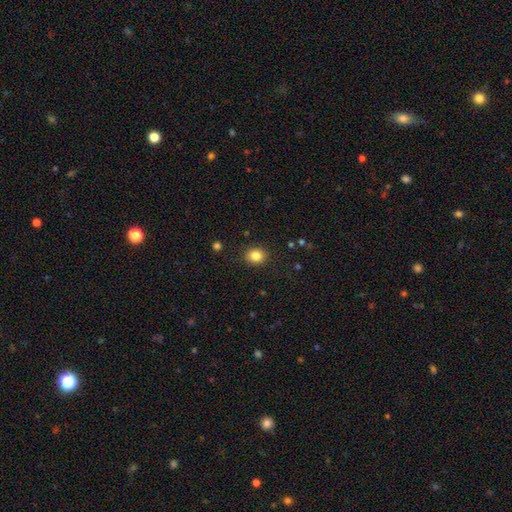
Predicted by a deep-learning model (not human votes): smooth 83%, star or artifact 11%, featured or disk 6%. Down the decision tree: how rounded — round (72%); merging — none (89%).